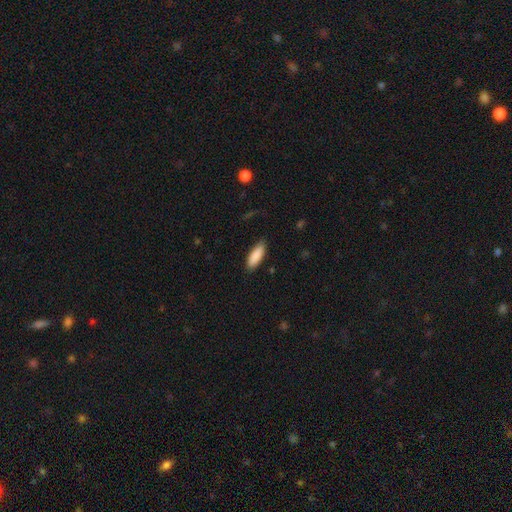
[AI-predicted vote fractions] Smooth or featured: smooth — 89% (star or artifact — 6%)
How rounded: in between — 63% (cigar-shaped — 36%)
Merging: none — 85% (minor disturbance — 12%)